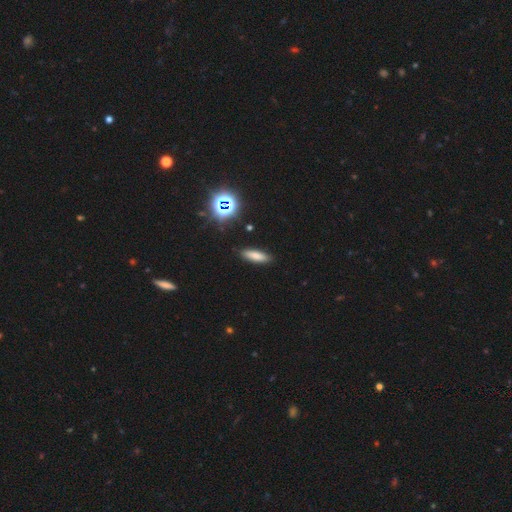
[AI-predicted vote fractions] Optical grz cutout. It shows a smooth galaxy with no disk features (76%) that is cigar-shaped (56%). Merging: none (89%).